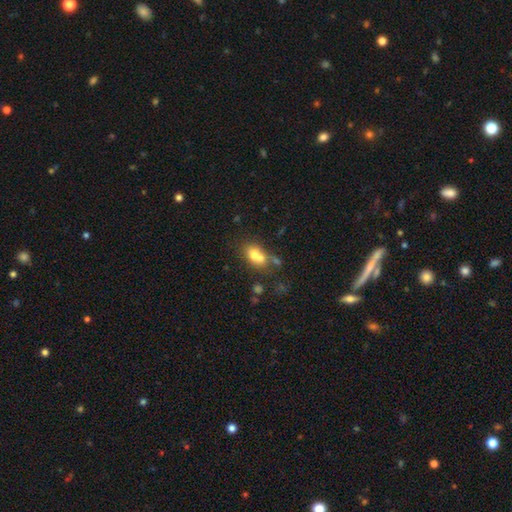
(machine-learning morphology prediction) Smooth or featured?
  - smooth: 69% *
  - featured or disk: 19%
  - star or artifact: 11%
How rounded?
  - in between: 70% *
  - round: 27%
  - cigar-shaped: 3%
Merging?
  - merger: 51% *
  - none: 31%
  - minor disturbance: 12%
  - major disturbance: 6%